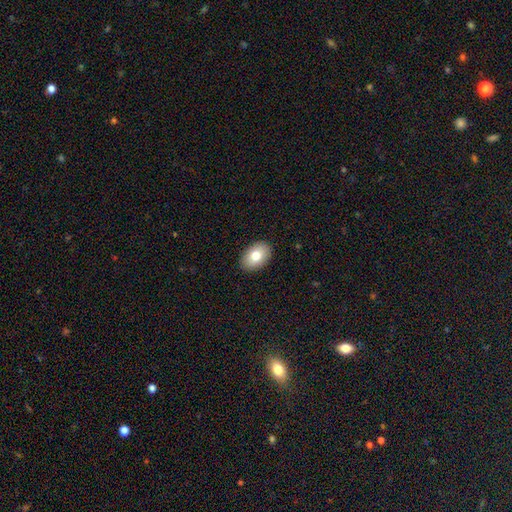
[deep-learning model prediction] smooth 79%, featured or disk 13%, star or artifact 8%. Down the decision tree: how rounded — in between (87%); merging — none (90%).